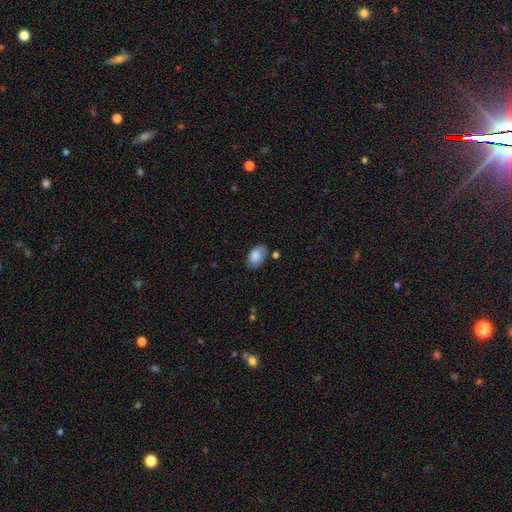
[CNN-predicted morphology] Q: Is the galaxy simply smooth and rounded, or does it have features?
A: smooth — 84%.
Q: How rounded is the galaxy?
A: in between — 92%.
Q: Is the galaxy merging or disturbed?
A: none — 75%.